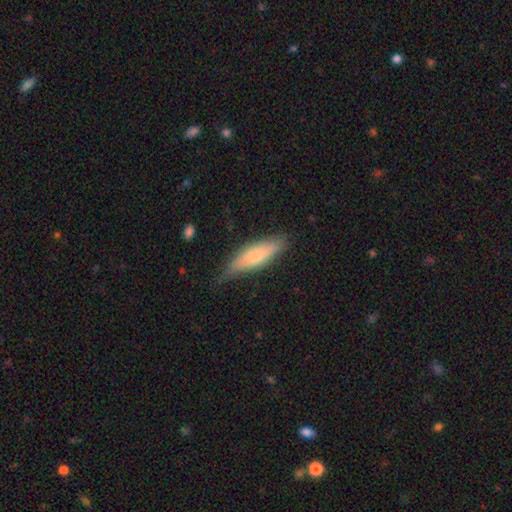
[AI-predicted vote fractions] This appears to be a smooth galaxy with no disk features (66%) that is cigar-shaped (61%). Merging: none (66%).